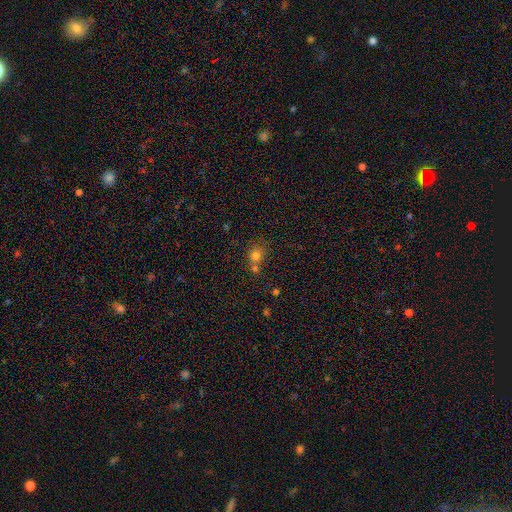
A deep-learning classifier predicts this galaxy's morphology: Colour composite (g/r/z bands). It shows a smooth galaxy with no disk features (74%) that is round (78%). Merging: none (44%).